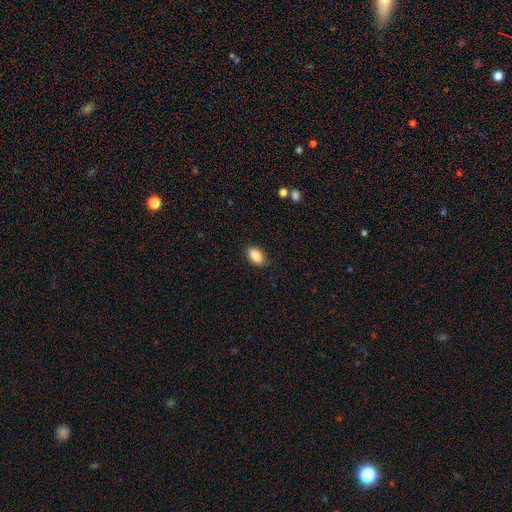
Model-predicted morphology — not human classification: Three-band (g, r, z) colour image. It shows a smooth galaxy with no disk features (87%) that is in between round and cigar-shaped (90%). Merging: none (87%).